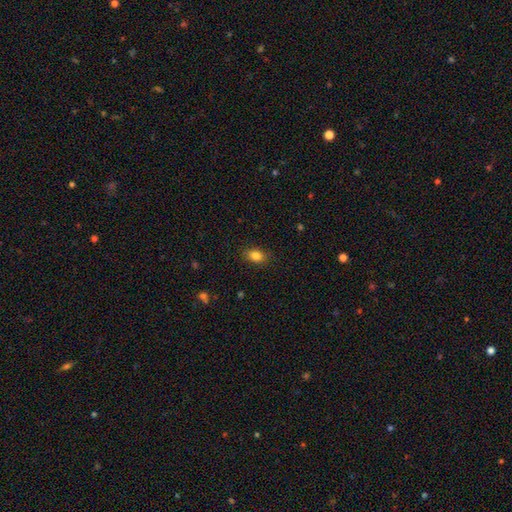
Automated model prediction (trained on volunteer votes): A smooth galaxy with no disk features (84%) that is in between round and cigar-shaped (74%). Merging: none (86%).